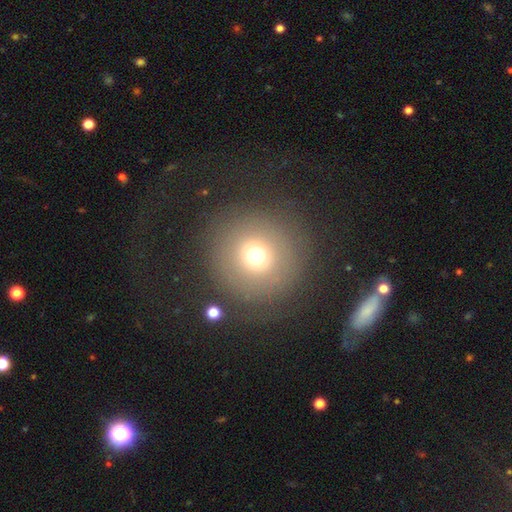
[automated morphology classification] This is likely a smooth galaxy (69%). How rounded: clearly round (96%). Merging: clearly none (83%).